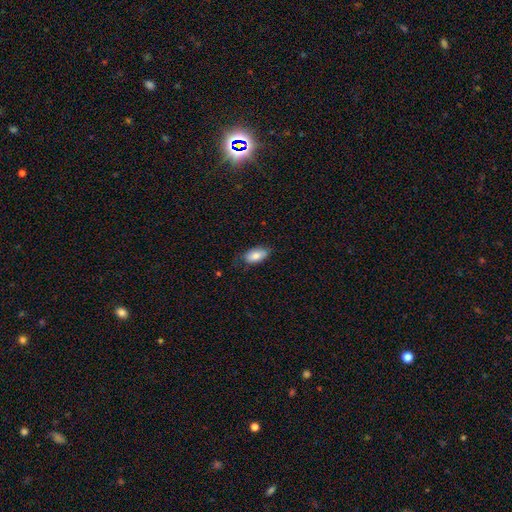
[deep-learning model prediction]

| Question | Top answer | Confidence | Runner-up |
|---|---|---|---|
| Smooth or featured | smooth | 82% | featured or disk (12%) |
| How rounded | in between | 93% | cigar-shaped (4%) |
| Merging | none | 70% | minor disturbance (24%) |